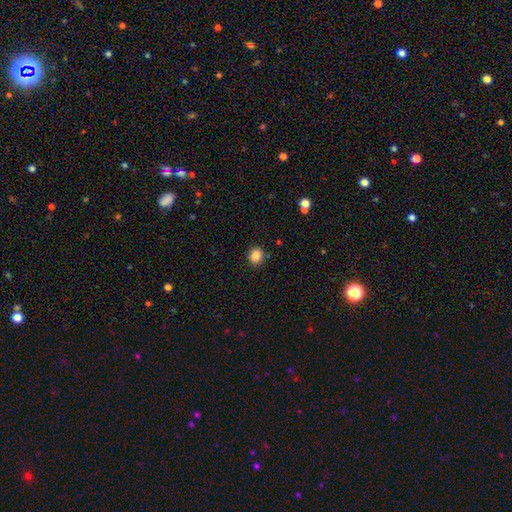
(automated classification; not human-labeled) smooth-or-featured: smooth: 85% | star or artifact: 11% | featured or disk: 4%
  how-rounded: round: 75% | in between: 24% | cigar-shaped: 1%
  merging: none: 89% | minor disturbance: 8% | major disturbance: 2% | merger: 2%